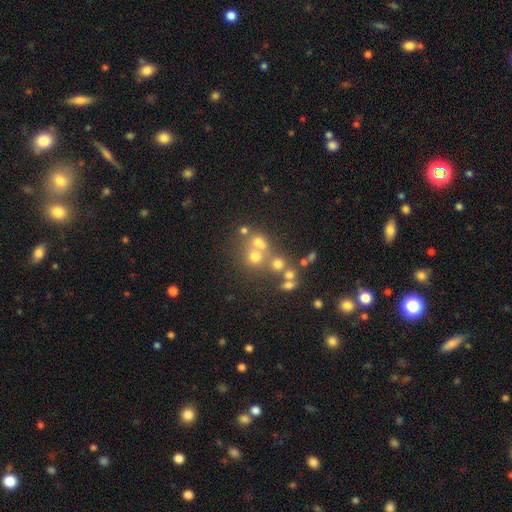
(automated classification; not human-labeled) This is possibly a smooth galaxy (54%). How rounded: clearly round (82%). Merging: possibly none (46%).